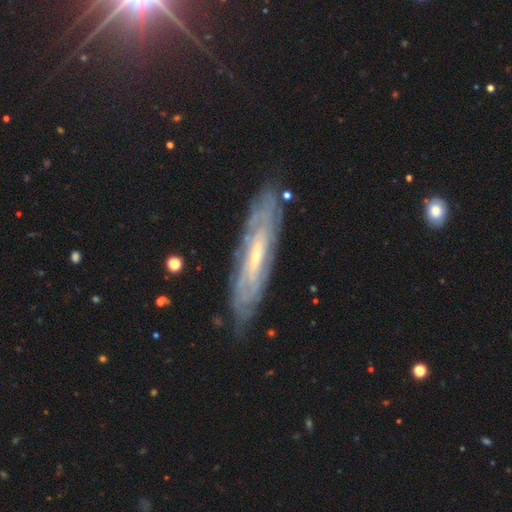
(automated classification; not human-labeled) The model was most divided on "bar": weak: 42%, no: 41%, strong: 17%. More confident: spiral arms — yes (89%); merging — none (83%); smooth or featured — featured or disk (79%); edge-on disk — no (67%); bulge size — small (66%).